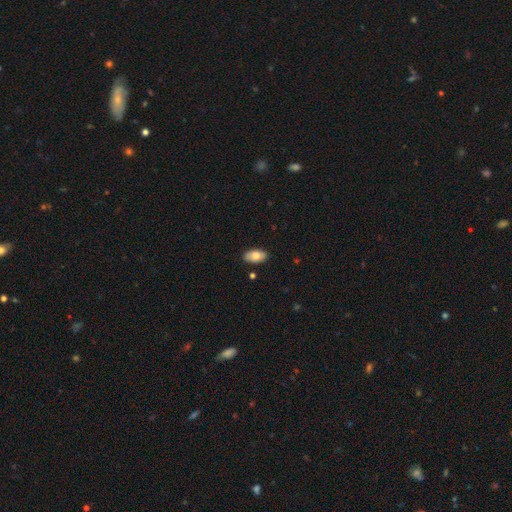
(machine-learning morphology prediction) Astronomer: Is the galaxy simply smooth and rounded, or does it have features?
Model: smooth — 78%.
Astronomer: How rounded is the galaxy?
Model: in between — 94%.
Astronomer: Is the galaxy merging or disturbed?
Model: none — 87%.